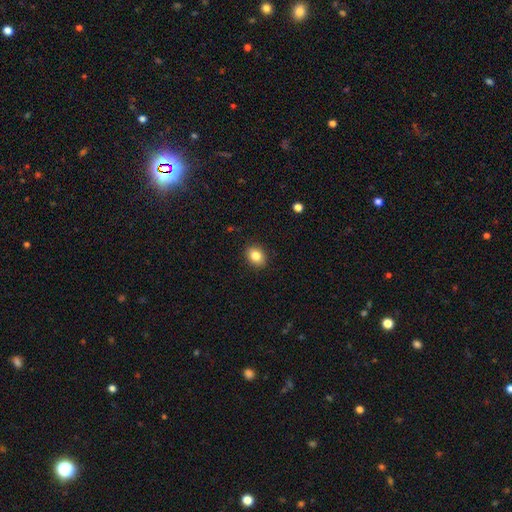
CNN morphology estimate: Smooth or featured? smooth (84%)
How rounded? in between (56%)
Merging? none (90%)